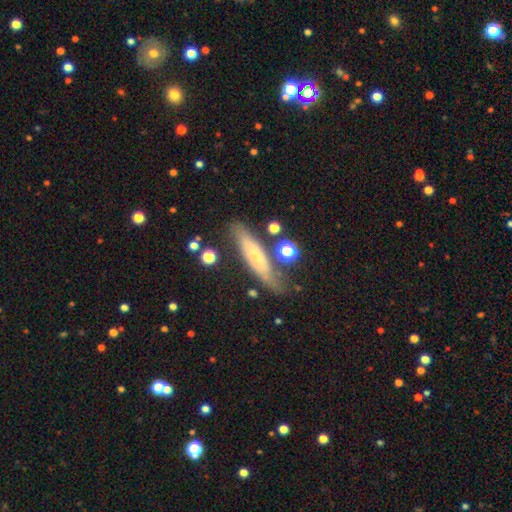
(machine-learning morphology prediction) smooth 54%, featured or disk 38%, star or artifact 8%. Down the decision tree: how rounded — cigar-shaped (72%); merging — none (67%).